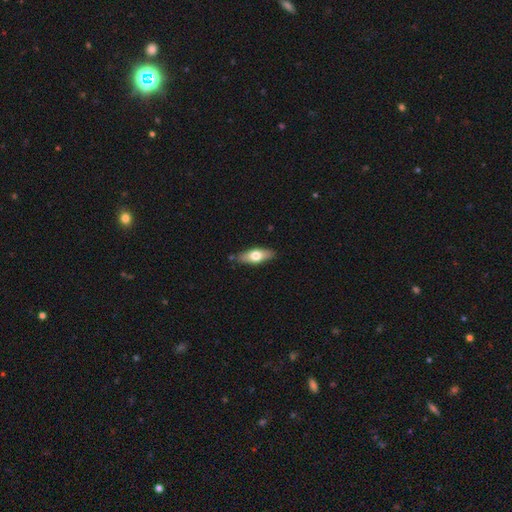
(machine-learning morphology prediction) Smooth or featured?
  - smooth: 62% *
  - featured or disk: 32%
  - star or artifact: 6%
How rounded?
  - in between: 68% *
  - cigar-shaped: 29%
  - round: 3%
Merging?
  - none: 84% *
  - minor disturbance: 11%
  - merger: 2%
  - major disturbance: 2%